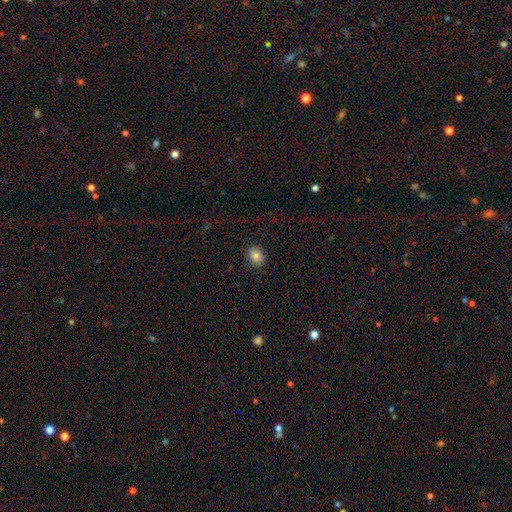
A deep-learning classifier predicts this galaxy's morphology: This is clearly a smooth galaxy (83%). How rounded: possibly round (54%). Merging: clearly none (88%).